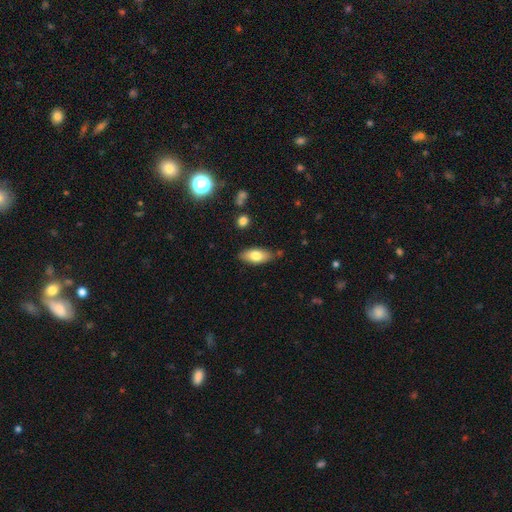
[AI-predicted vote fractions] smooth_or_featured: smooth (p=0.75) [alt: featured or disk p=0.18]
how_rounded: in between (p=0.84) [alt: cigar-shaped p=0.13]
merging: none (p=0.80) [alt: minor disturbance p=0.14]